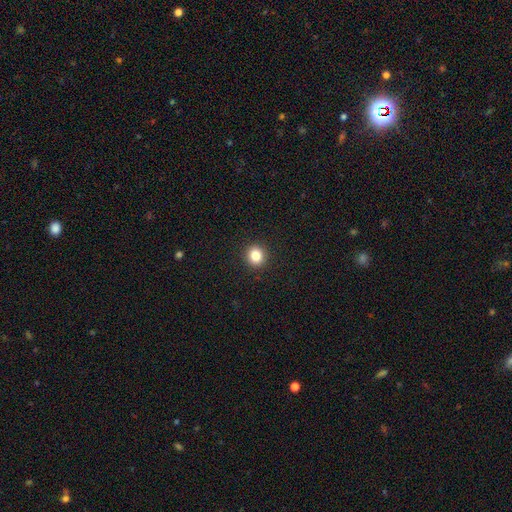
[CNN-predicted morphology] Overall: smooth (84%). How rounded: round (88%). Merging: none (93%).